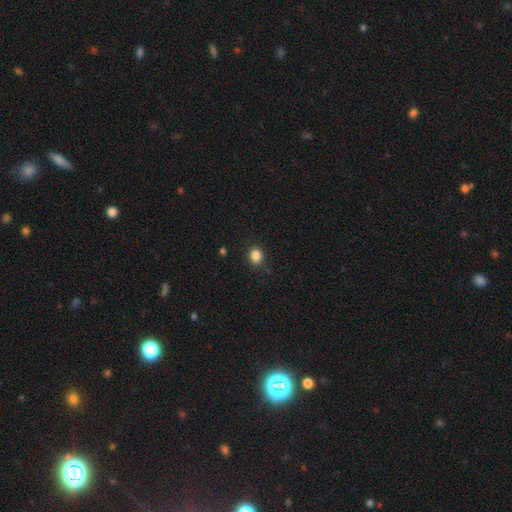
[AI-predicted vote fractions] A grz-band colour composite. It shows a smooth galaxy with no disk features (86%) that is in between round and cigar-shaped (51%). Merging: none (85%).